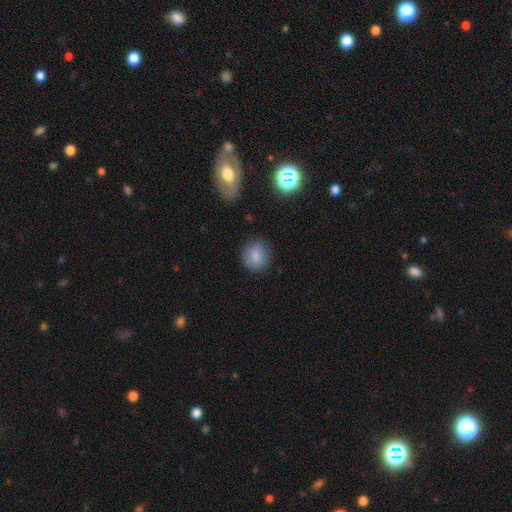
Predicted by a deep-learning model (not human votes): Smooth or featured? Predicted: smooth (p=0.82). How rounded? Predicted: round (p=0.77). Merging? Predicted: none (p=0.84).